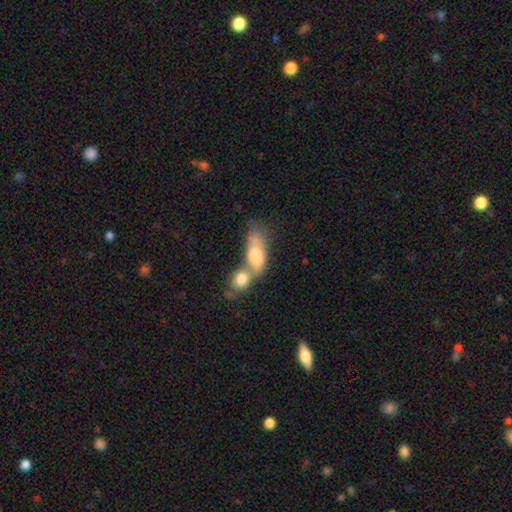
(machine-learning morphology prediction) Smooth or featured?
  - smooth: 69% *
  - featured or disk: 24%
  - star or artifact: 8%
How rounded?
  - in between: 72% *
  - cigar-shaped: 18%
  - round: 10%
Merging?
  - merger: 70% *
  - none: 15%
  - minor disturbance: 8%
  - major disturbance: 8%